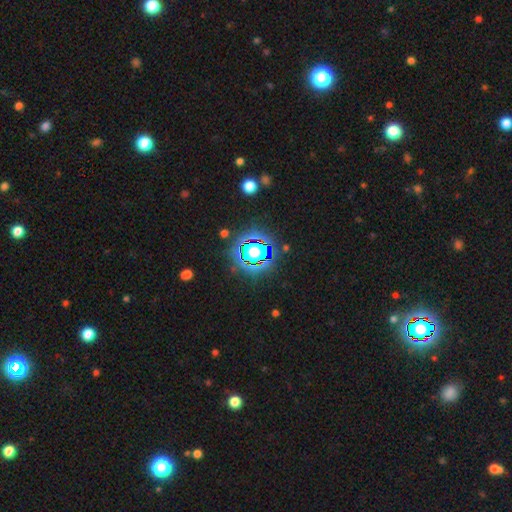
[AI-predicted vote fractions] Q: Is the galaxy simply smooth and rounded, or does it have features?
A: star or artifact — 64%.